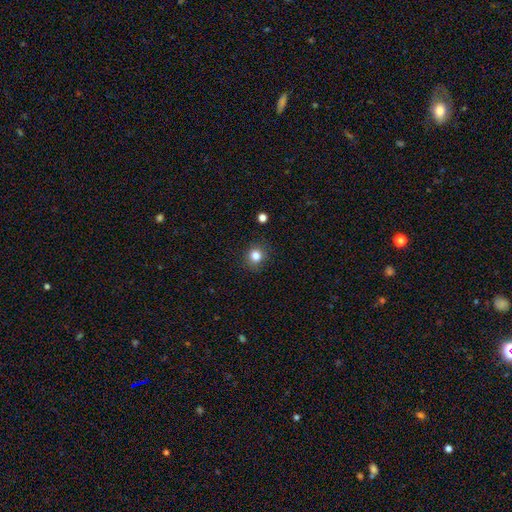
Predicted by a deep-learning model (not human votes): smooth 83%, star or artifact 12%, featured or disk 5%. Down the decision tree: how rounded — round (80%); merging — none (87%).